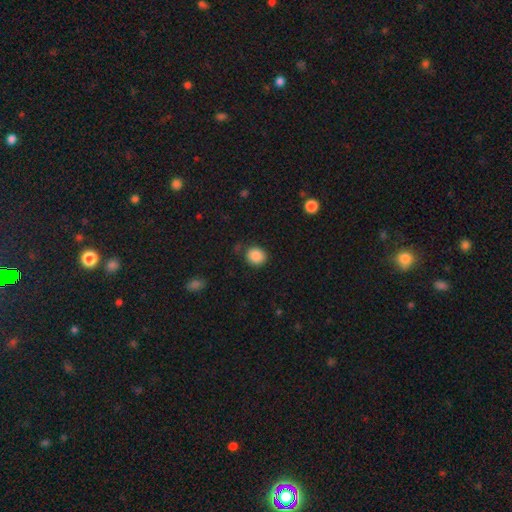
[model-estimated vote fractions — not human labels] A smooth galaxy with no disk features (88%) that is round (77%).

Vote fractions:
- Smooth or featured? smooth: 88% / star or artifact: 9% / featured or disk: 4%
- How rounded? round: 77% / in between: 22% / cigar-shaped: 1%
- Merging? none: 83% / minor disturbance: 11% / major disturbance: 3% / merger: 2%